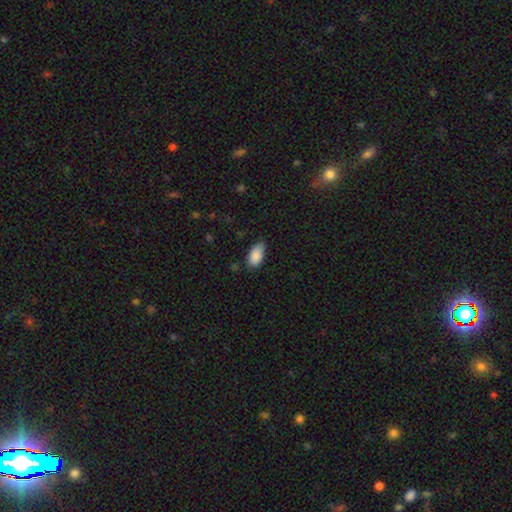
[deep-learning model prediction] Smooth or featured?
  - smooth: 88% *
  - star or artifact: 7%
  - featured or disk: 5%
How rounded?
  - in between: 94% *
  - cigar-shaped: 4%
  - round: 3%
Merging?
  - none: 73% *
  - minor disturbance: 22%
  - major disturbance: 3%
  - merger: 1%